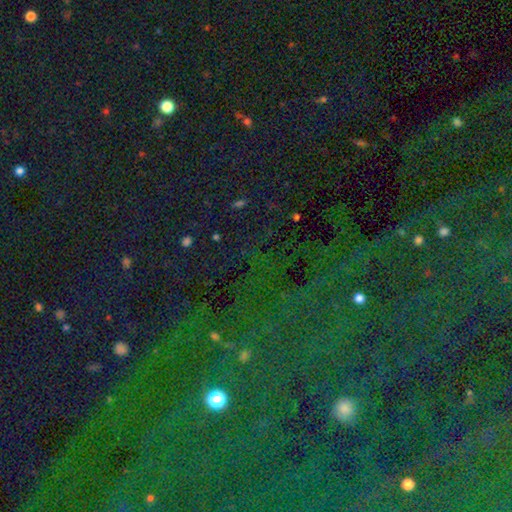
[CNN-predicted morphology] A star or artifact, not a galaxy (80%).

Vote fractions:
- Smooth or featured? star or artifact: 80% / smooth: 12% / featured or disk: 7%